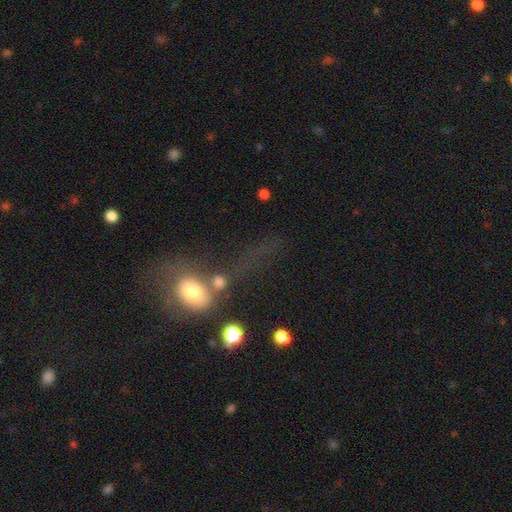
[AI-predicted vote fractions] This is possibly a smooth galaxy (46%). Merging: marginally merger (34%).